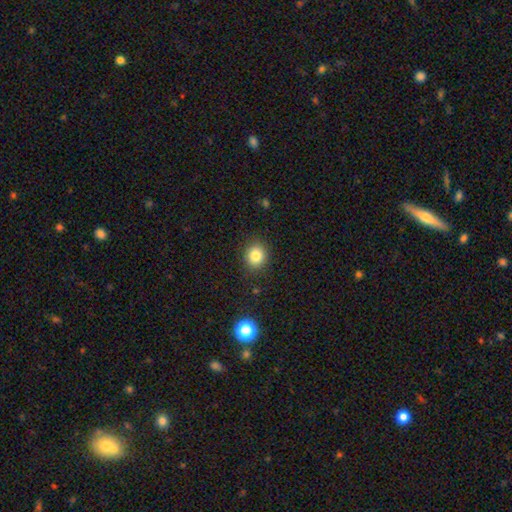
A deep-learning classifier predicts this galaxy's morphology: This is clearly a smooth galaxy (82%). How rounded: likely round (75%). Merging: clearly none (88%).